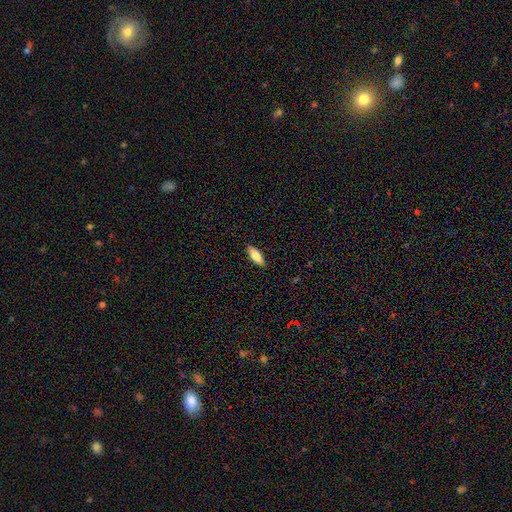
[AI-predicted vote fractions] Morphology: type=smooth (74%); roundness=in between (71%); merging=none (88%).